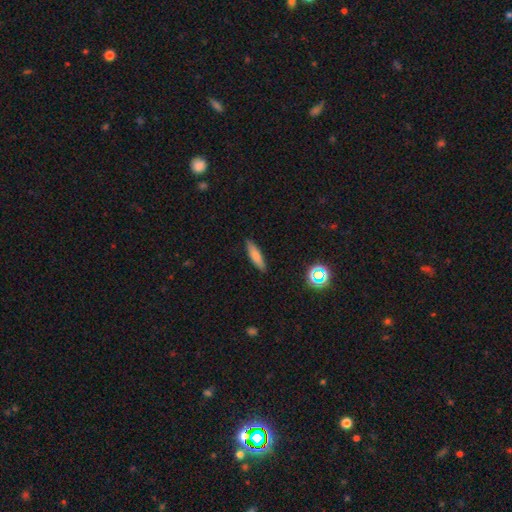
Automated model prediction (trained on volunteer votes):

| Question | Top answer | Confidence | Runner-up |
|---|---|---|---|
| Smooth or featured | smooth | 75% | featured or disk (16%) |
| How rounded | cigar-shaped | 70% | in between (28%) |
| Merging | none | 87% | minor disturbance (9%) |